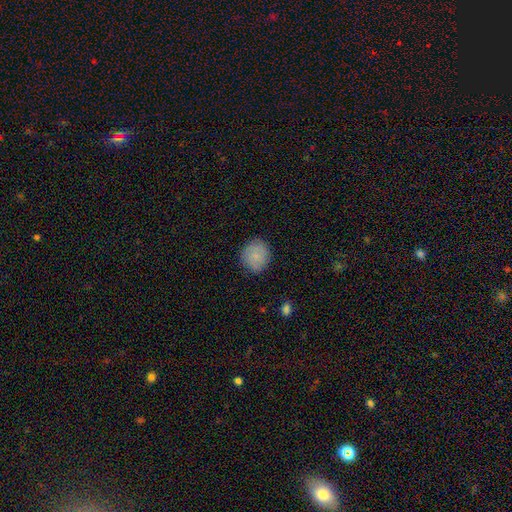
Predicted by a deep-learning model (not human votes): Smooth or featured: smooth — 76% (featured or disk — 16%)
How rounded: round — 77% (in between — 22%)
Merging: none — 81% (minor disturbance — 15%)